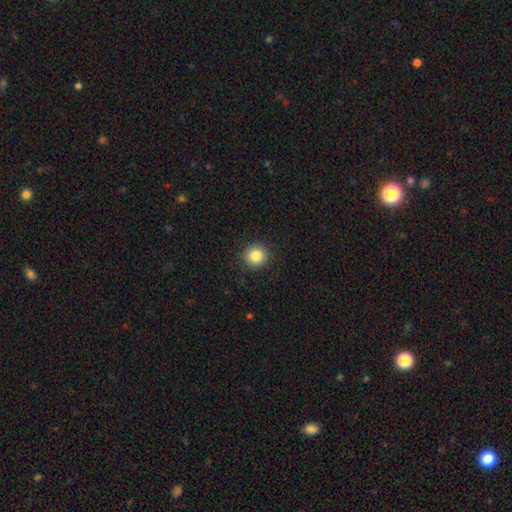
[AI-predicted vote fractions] Smooth or featured?
  - smooth: 85% *
  - star or artifact: 10%
  - featured or disk: 5%
How rounded?
  - round: 93% *
  - in between: 6%
  - cigar-shaped: 1%
Merging?
  - none: 90% *
  - minor disturbance: 7%
  - major disturbance: 2%
  - merger: 1%